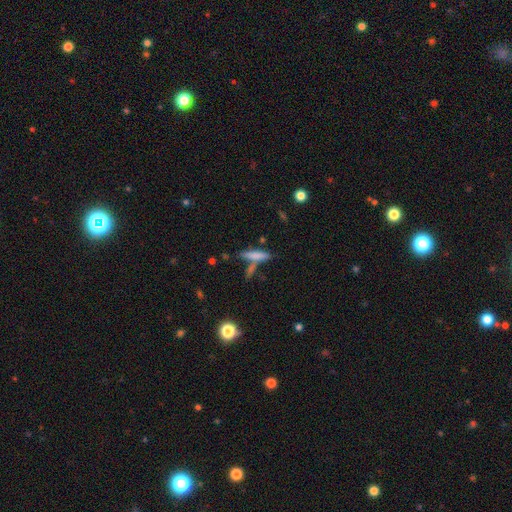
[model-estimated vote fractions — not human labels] smooth_or_featured: smooth (p=0.72) [alt: featured or disk p=0.20]
how_rounded: cigar-shaped (p=0.82) [alt: in between p=0.16]
merging: none (p=0.60) [alt: merger p=0.22]